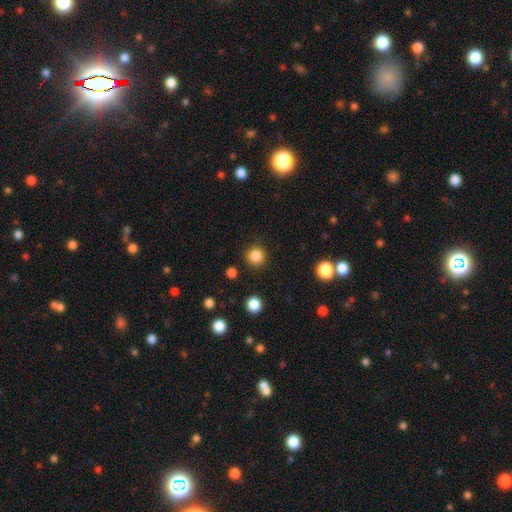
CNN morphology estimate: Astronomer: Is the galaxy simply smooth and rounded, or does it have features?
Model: smooth — 85%.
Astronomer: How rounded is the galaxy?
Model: round — 94%.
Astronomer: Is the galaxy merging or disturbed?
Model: none — 90%.